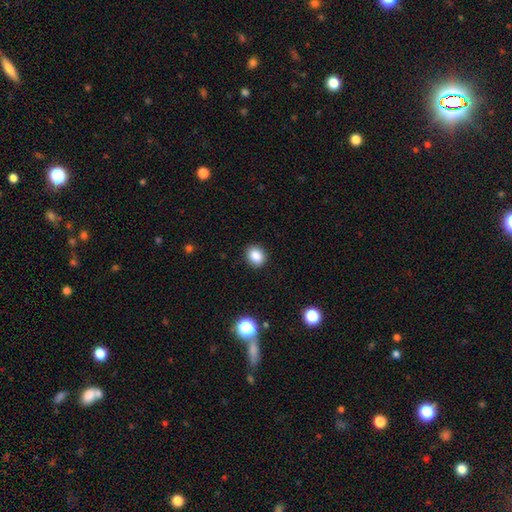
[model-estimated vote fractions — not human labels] smooth_or_featured: smooth (p=0.85) [alt: star or artifact p=0.10]
how_rounded: round (p=0.58) [alt: in between p=0.41]
merging: none (p=0.89) [alt: minor disturbance p=0.07]